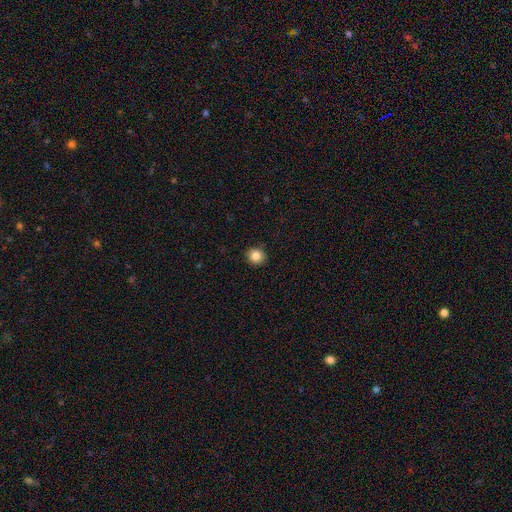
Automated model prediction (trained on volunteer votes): Q: Smooth or featured?
A: smooth (85%); runner-up: star or artifact (10%)
Q: How rounded?
A: round (89%); runner-up: in between (10%)
Q: Merging?
A: none (91%); runner-up: minor disturbance (6%)